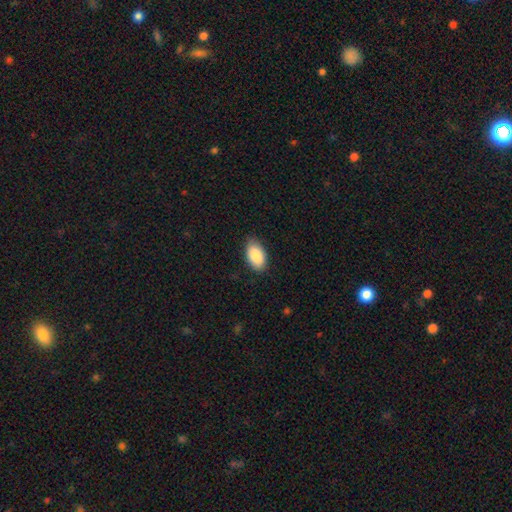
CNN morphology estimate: Smooth or featured: smooth — 89% (star or artifact — 6%)
How rounded: in between — 95% (round — 4%)
Merging: none — 82% (minor disturbance — 14%)